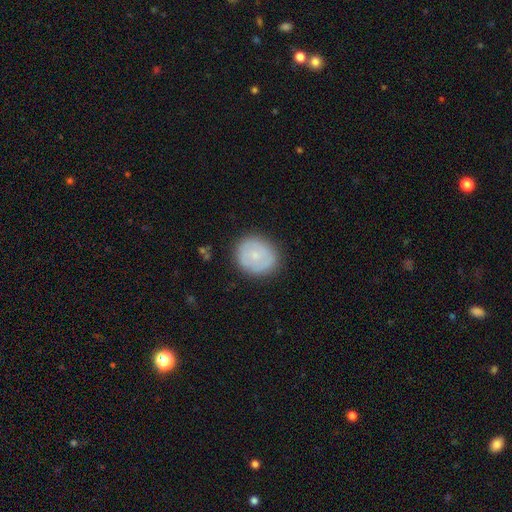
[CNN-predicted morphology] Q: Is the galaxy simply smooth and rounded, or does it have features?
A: smooth — 60%.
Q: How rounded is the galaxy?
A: round — 79%.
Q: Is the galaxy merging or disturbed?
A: none — 83%.